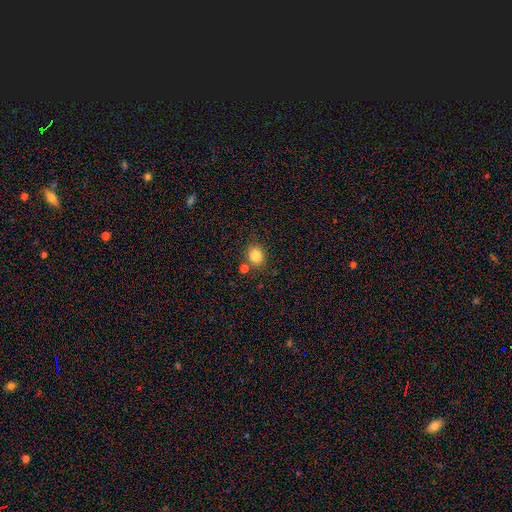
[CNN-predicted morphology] smooth_or_featured: smooth (p=0.82) [alt: star or artifact p=0.11]
how_rounded: round (p=0.69) [alt: in between p=0.30]
merging: none (p=0.76) [alt: minor disturbance p=0.11]